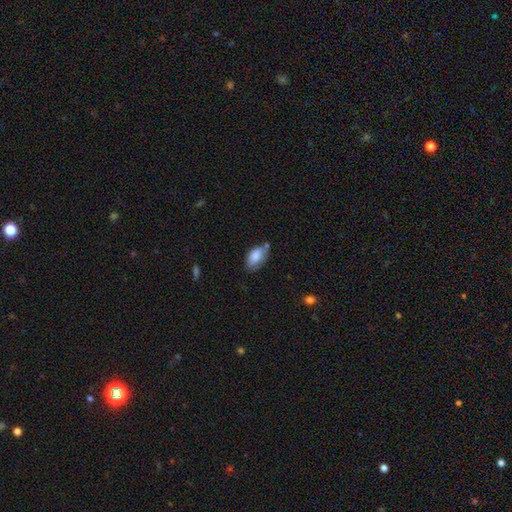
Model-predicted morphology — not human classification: This is clearly a smooth galaxy (82%). How rounded: clearly in between (93%). Merging: possibly none (54%).